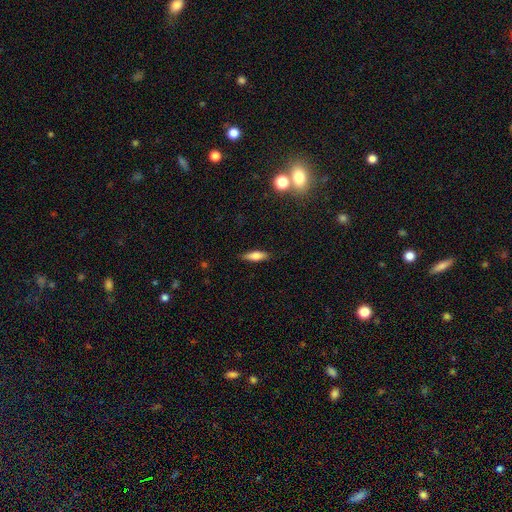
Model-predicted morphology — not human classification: smooth 74%, featured or disk 19%, star or artifact 8%. Down the decision tree: how rounded — in between (50%); merging — none (86%).